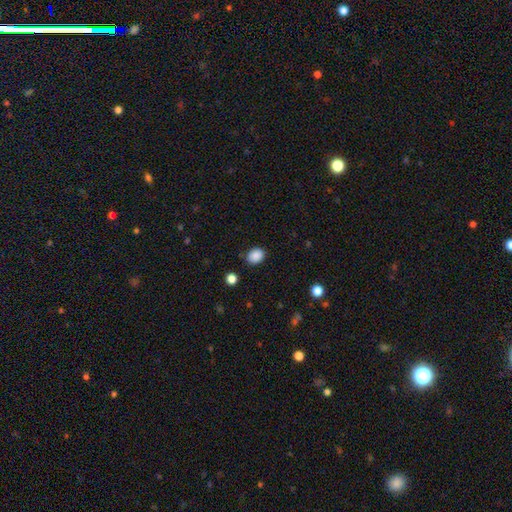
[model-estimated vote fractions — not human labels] Morphology: type=smooth (88%); roundness=in between (56%); merging=none (84%).